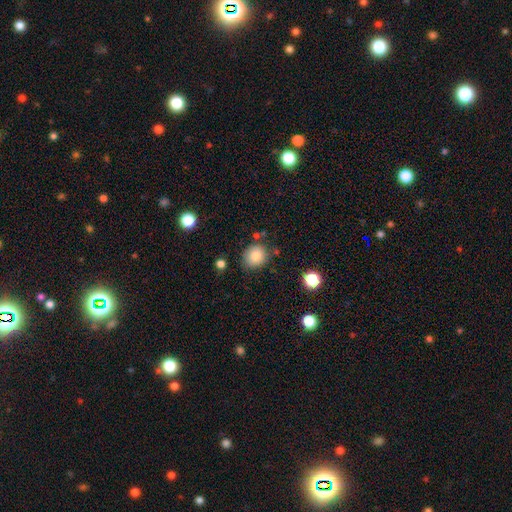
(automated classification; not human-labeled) smooth 83%, star or artifact 10%, featured or disk 7%. Down the decision tree: how rounded — round (72%); merging — none (77%).